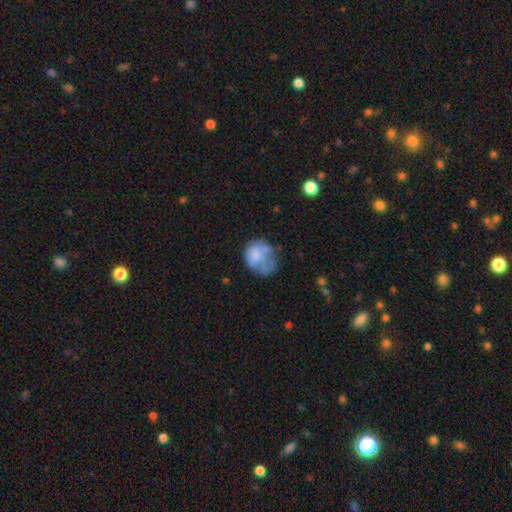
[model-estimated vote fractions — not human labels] smooth-or-featured: smooth: 59% | featured or disk: 32% | star or artifact: 9%
  how-rounded: round: 59% | in between: 40% | cigar-shaped: 1%
  merging: none: 37% | minor disturbance: 29% | major disturbance: 29% | merger: 5%